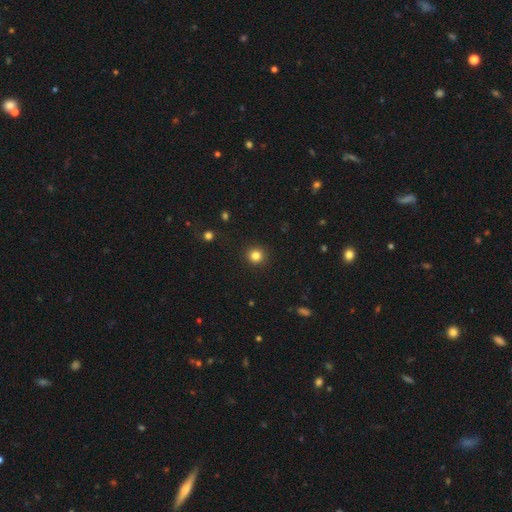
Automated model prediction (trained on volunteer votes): smooth 83%, star or artifact 12%, featured or disk 5%. Down the decision tree: how rounded — round (94%); merging — none (92%).